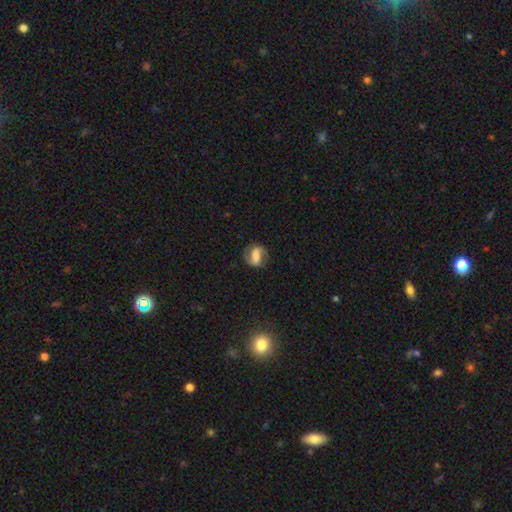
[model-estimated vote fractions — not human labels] Smooth or featured?
  - featured or disk: 57% *
  - smooth: 35%
  - star or artifact: 8%
Edge-on disk?
  - no: 95% *
  - yes: 5%
Bar?
  - strong: 49% *
  - weak: 33%
  - no: 18%
Spiral arms?
  - yes: 84% *
  - no: 16%
Bulge size?
  - moderate: 34% *
  - small: 26%
  - none: 18%
  - large: 18%
  - dominant: 4%
Merging?
  - none: 76% *
  - minor disturbance: 16%
  - major disturbance: 7%
  - merger: 1%